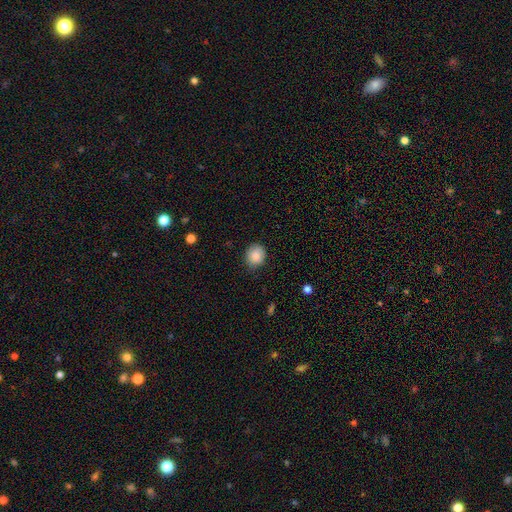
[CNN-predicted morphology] Smooth or featured?
  - smooth: 85% *
  - star or artifact: 8%
  - featured or disk: 6%
How rounded?
  - round: 72% *
  - in between: 27%
  - cigar-shaped: 1%
Merging?
  - none: 79% *
  - minor disturbance: 17%
  - major disturbance: 3%
  - merger: 1%